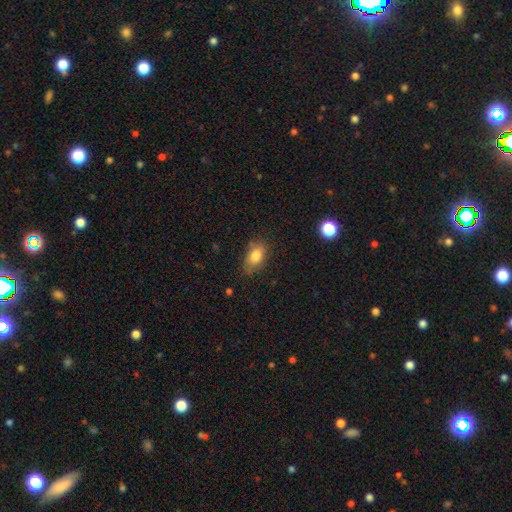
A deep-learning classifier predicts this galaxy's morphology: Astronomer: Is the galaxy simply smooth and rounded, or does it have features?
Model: smooth — 82%.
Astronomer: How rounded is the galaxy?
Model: in between — 88%.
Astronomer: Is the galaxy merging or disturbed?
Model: none — 77%.